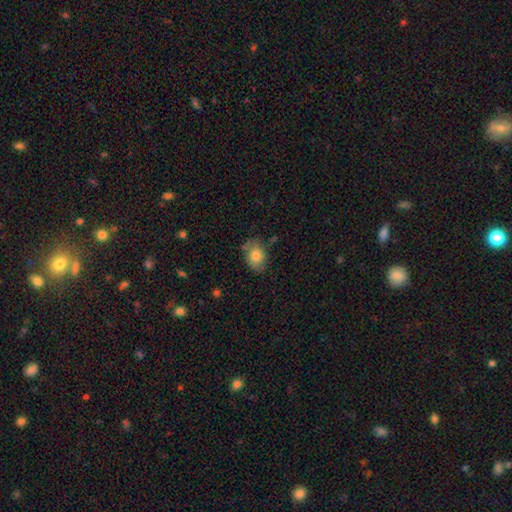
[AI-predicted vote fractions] Overall: smooth (79%). How rounded: in between (70%). Merging: none (69%).